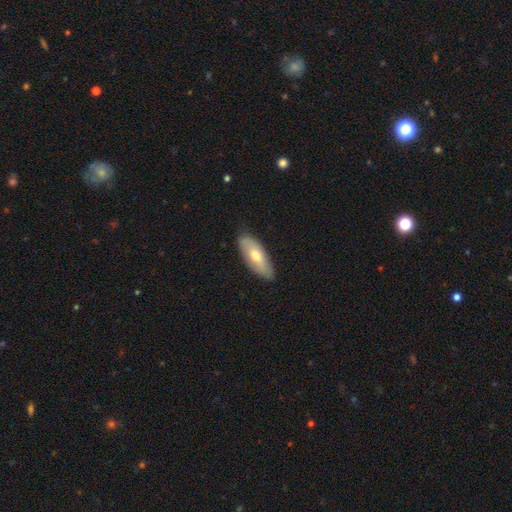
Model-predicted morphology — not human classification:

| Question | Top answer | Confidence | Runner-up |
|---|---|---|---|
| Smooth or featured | smooth | 62% | featured or disk (33%) |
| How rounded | in between | 75% | cigar-shaped (23%) |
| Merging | none | 84% | minor disturbance (13%) |